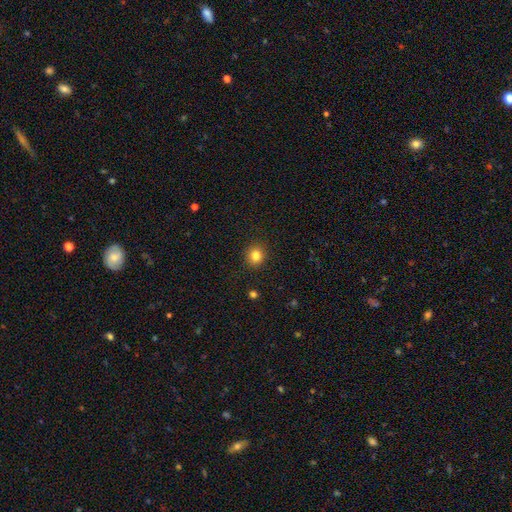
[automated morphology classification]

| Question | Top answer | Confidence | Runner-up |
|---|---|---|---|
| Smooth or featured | smooth | 83% | star or artifact (12%) |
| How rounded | round | 86% | in between (13%) |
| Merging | none | 90% | minor disturbance (6%) |